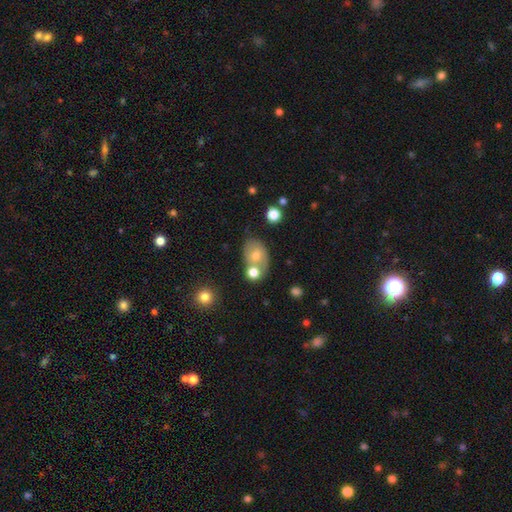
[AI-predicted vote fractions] The model was most divided on "merging": none: 47%, merger: 31%, minor disturbance: 16%, major disturbance: 7%. More confident: how rounded — in between (68%); smooth or featured — smooth (62%).